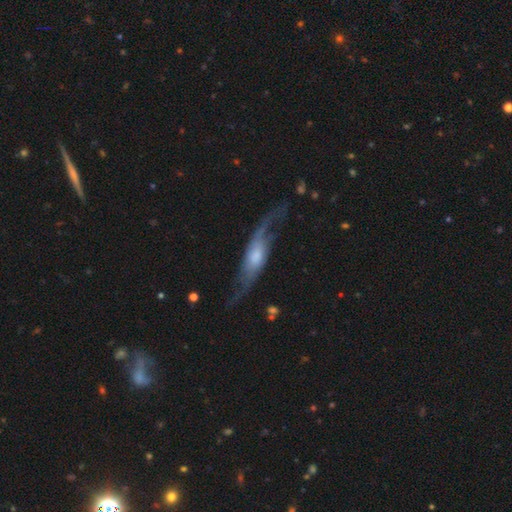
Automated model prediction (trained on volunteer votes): Morphology: type=featured or disk (74%); edge-on=no (71%); bar=no (56%); spiral arms=yes (91%); bulge=moderate (38%); merging=none (57%).